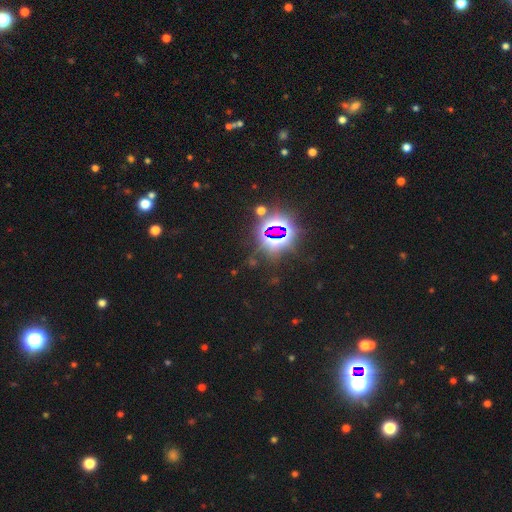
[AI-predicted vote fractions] Morphology: type=star or artifact (84%).